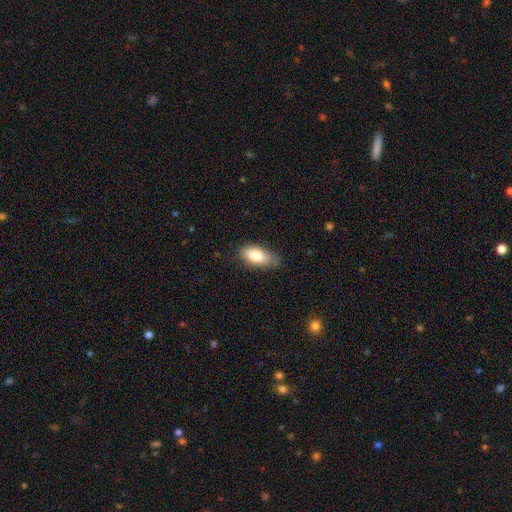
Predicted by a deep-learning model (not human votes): Overall: smooth (81%). How rounded: in between (89%). Merging: none (68%).